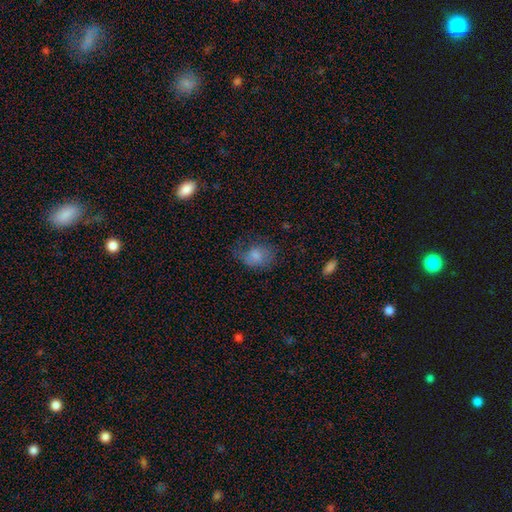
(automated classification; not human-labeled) smooth-or-featured: smooth: 70% | featured or disk: 20% | star or artifact: 10%
  how-rounded: in between: 63% | round: 36% | cigar-shaped: 1%
  merging: none: 41% | minor disturbance: 29% | major disturbance: 28% | merger: 2%